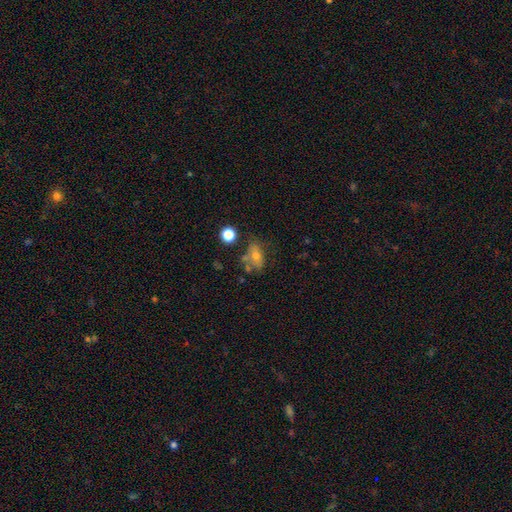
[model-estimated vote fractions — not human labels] smooth_or_featured: smooth (p=0.53) [alt: featured or disk p=0.29]
how_rounded: in between (p=0.70) [alt: round p=0.25]
merging: none (p=0.48) [alt: minor disturbance p=0.22]